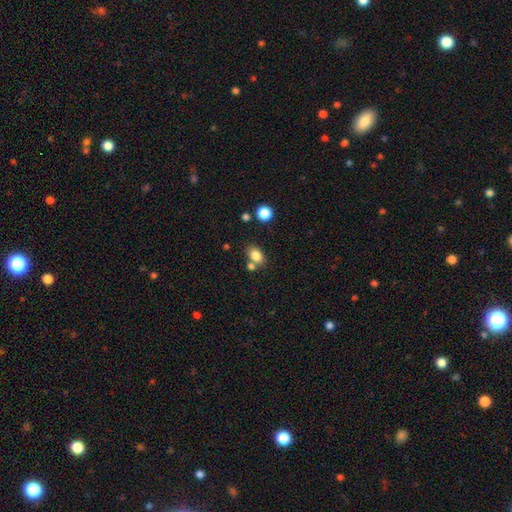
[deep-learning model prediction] This appears to be a smooth galaxy with no disk features (83%) that is in between round and cigar-shaped (77%). Merging: none (64%).